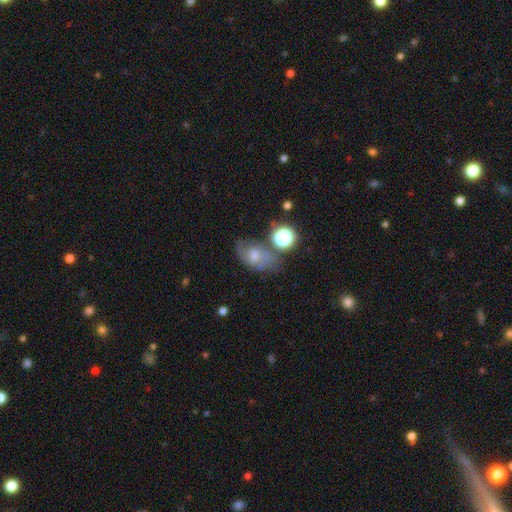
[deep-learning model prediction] Morphology: type=smooth (47%); merging=none (43%).